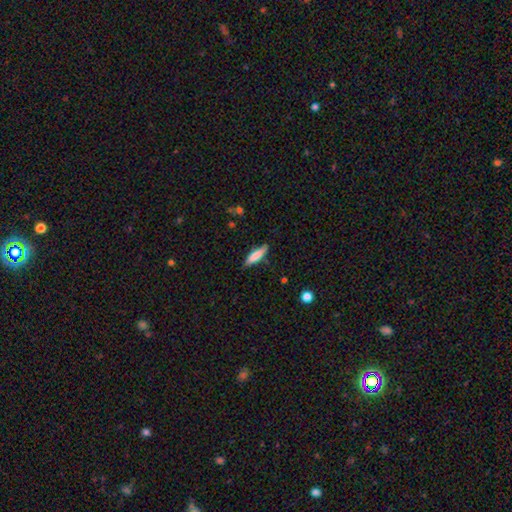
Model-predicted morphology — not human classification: This appears to be a smooth galaxy with no disk features (77%) that is cigar-shaped (72%). Merging: none (81%).